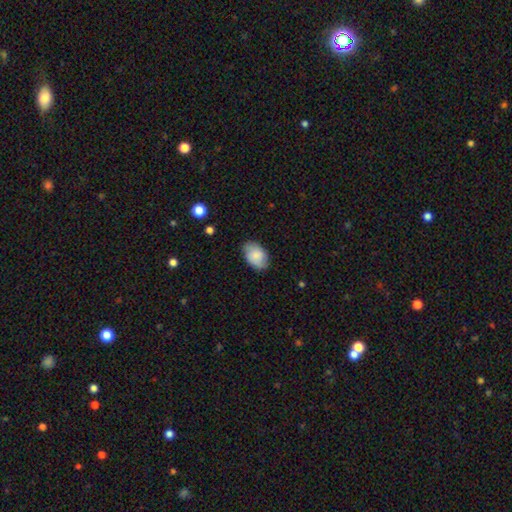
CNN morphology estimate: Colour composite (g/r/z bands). It shows a smooth galaxy with no disk features (79%) that is in between round and cigar-shaped (89%). Merging: none (79%).